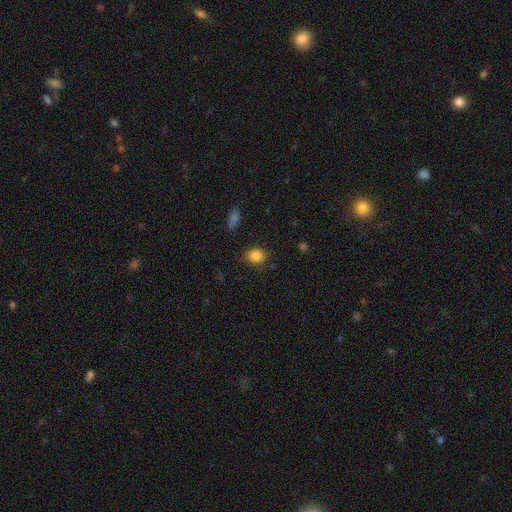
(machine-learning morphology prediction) This appears to be a smooth galaxy with no disk features (85%) that is round (64%). Merging: none (84%).